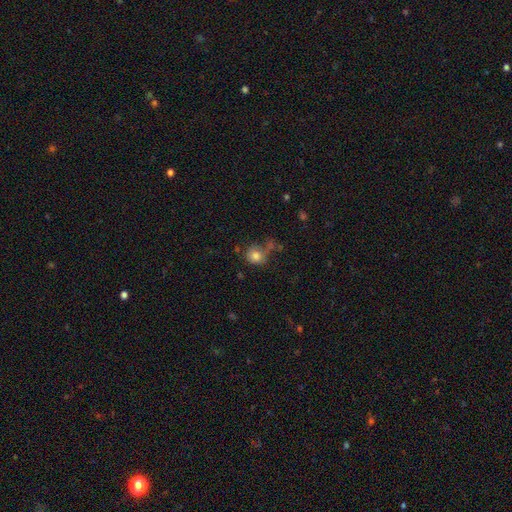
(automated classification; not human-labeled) The model was most divided on "merging": none: 54%, minor disturbance: 20%, merger: 16%, major disturbance: 11%. More confident: smooth or featured — smooth (80%); how rounded — round (78%).